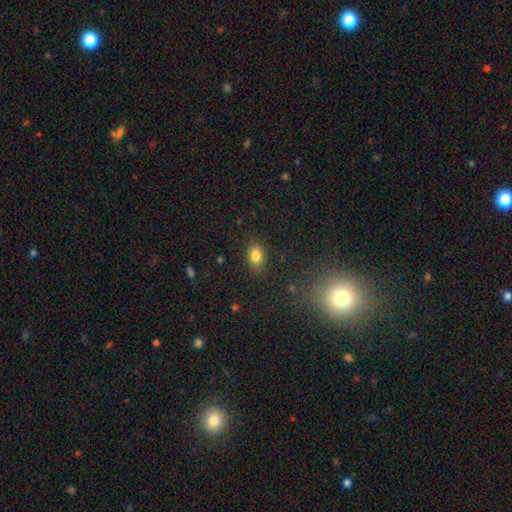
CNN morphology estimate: The model was most divided on "how rounded": in between: 71%, round: 28%, cigar-shaped: 1%. More confident: merging — none (84%); smooth or featured — smooth (82%).